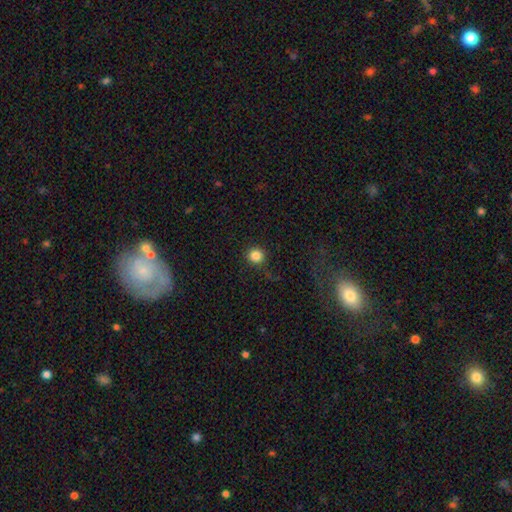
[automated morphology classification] A smooth galaxy with no disk features (84%) that is round (94%).

Vote fractions:
- Smooth or featured? smooth: 84% / star or artifact: 12% / featured or disk: 4%
- How rounded? round: 94% / in between: 5% / cigar-shaped: 1%
- Merging? none: 86% / minor disturbance: 9% / major disturbance: 4% / merger: 1%